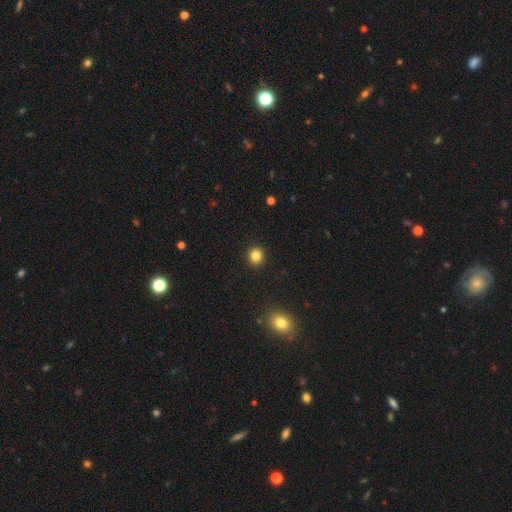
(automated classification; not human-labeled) Q: Smooth or featured?
A: smooth (83%); runner-up: star or artifact (12%)
Q: How rounded?
A: round (88%); runner-up: in between (11%)
Q: Merging?
A: none (92%); runner-up: minor disturbance (5%)